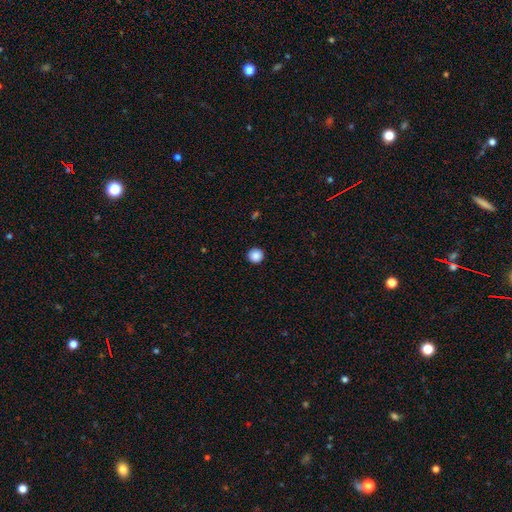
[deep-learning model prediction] The model was most divided on "smooth or featured": smooth: 88%, star or artifact: 9%, featured or disk: 3%. More confident: how rounded — round (96%); merging — none (93%).